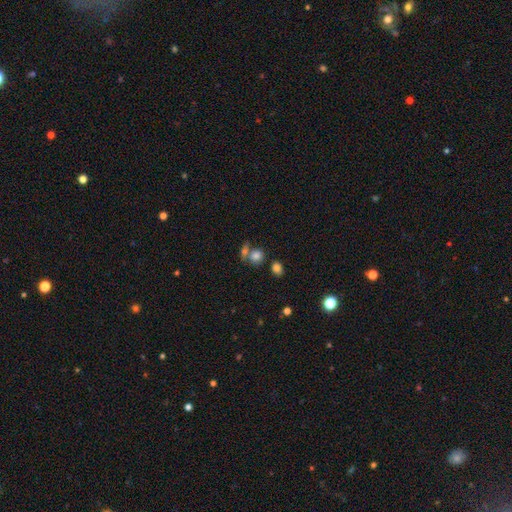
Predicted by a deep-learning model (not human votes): smooth 78%, star or artifact 12%, featured or disk 9%. Down the decision tree: how rounded — round (69%); merging — none (51%).